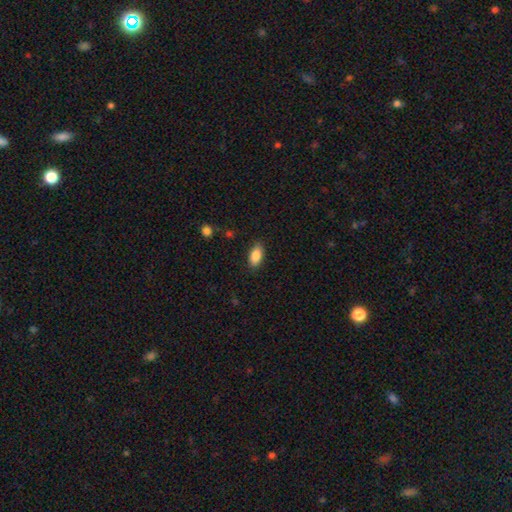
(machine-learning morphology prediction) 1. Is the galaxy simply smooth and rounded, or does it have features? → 88% smooth, 7% star or artifact, 5% featured or disk.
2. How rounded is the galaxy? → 91% in between, 5% cigar-shaped, 3% round.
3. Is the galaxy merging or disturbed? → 86% none, 10% minor disturbance, 2% major disturbance, 1% merger.